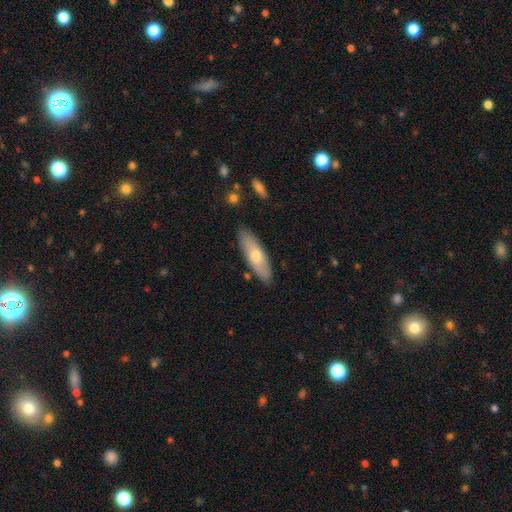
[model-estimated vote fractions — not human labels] smooth_or_featured: smooth (p=0.63) [alt: featured or disk p=0.32]
how_rounded: in between (p=0.52) [alt: cigar-shaped p=0.46]
merging: none (p=0.85) [alt: minor disturbance p=0.11]